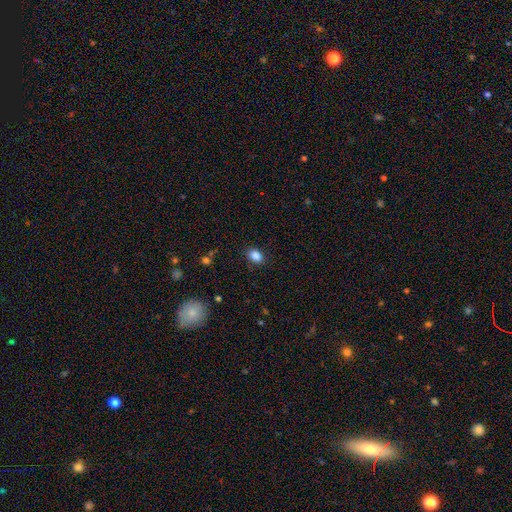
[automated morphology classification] A smooth galaxy with no disk features (86%) that is in between round and cigar-shaped (79%). Merging: none (84%).